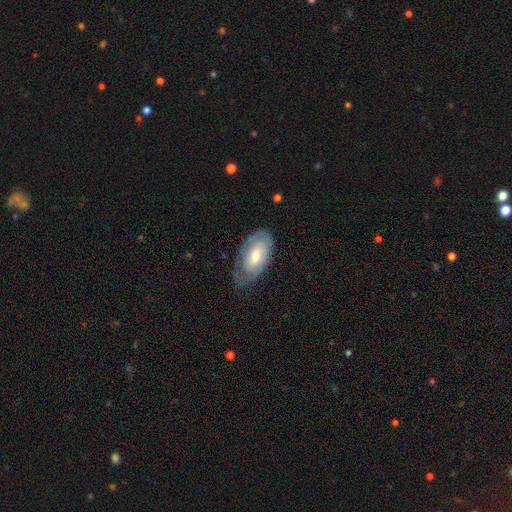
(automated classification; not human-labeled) The model was most divided on "smooth or featured": smooth: 51%, featured or disk: 43%, star or artifact: 6%. More confident: how rounded — in between (93%); merging — none (62%).